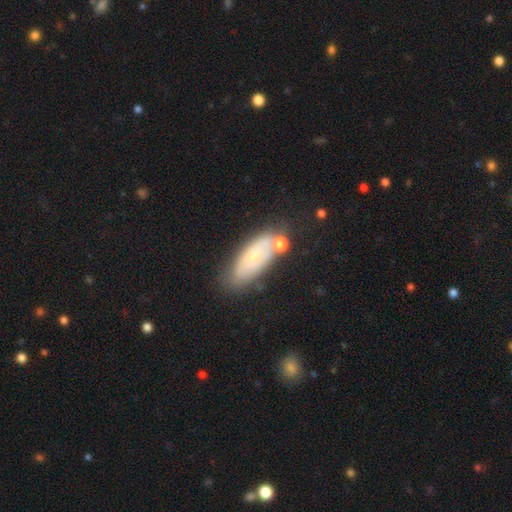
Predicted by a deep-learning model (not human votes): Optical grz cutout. It shows a smooth galaxy with no disk features (58%) that is in between round and cigar-shaped (73%). Merging: none (64%).